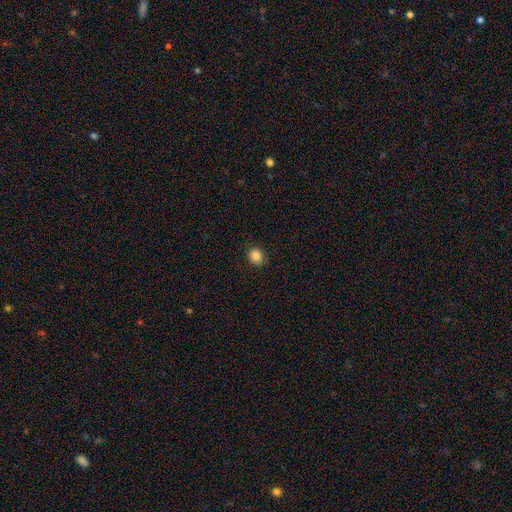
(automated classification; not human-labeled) A smooth galaxy with no disk features (86%) that is round (61%). Merging: none (85%).